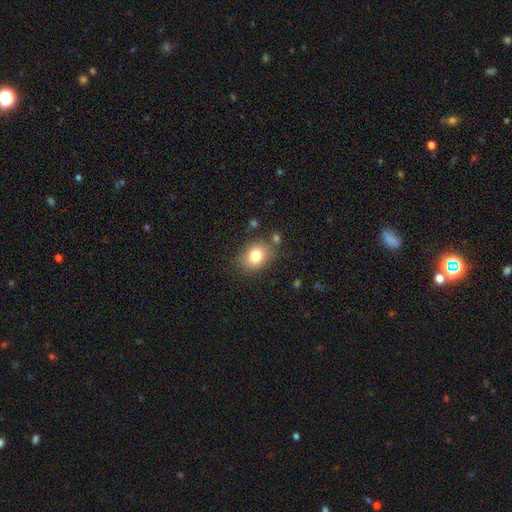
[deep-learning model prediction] smooth 79%, featured or disk 11%, star or artifact 10%. Down the decision tree: how rounded — in between (58%); merging — none (77%).